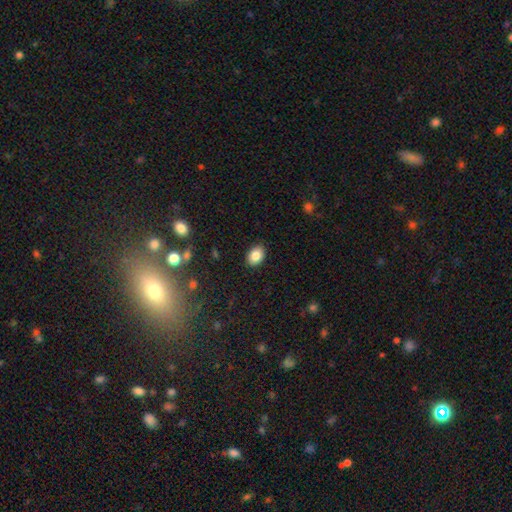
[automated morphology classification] smooth-or-featured: smooth: 85% | star or artifact: 8% | featured or disk: 6%
  how-rounded: in between: 79% | round: 20% | cigar-shaped: 1%
  merging: none: 89% | minor disturbance: 8% | major disturbance: 2% | merger: 1%